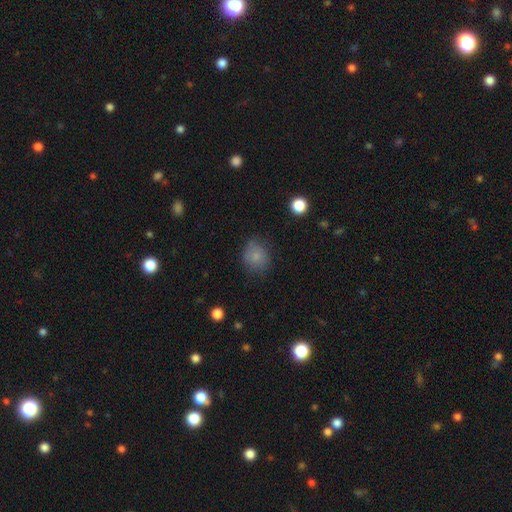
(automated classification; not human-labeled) Smooth or featured?
  - smooth: 78% *
  - featured or disk: 11%
  - star or artifact: 10%
How rounded?
  - round: 62% *
  - in between: 37%
  - cigar-shaped: 1%
Merging?
  - none: 67% *
  - minor disturbance: 25%
  - major disturbance: 7%
  - merger: 1%